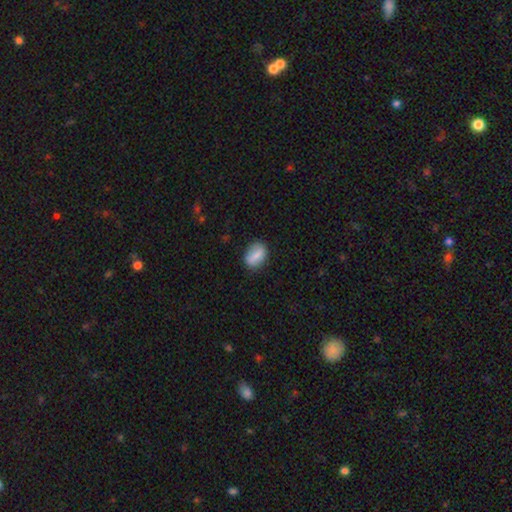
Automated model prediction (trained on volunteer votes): Q: Smooth or featured?
A: smooth (78%); runner-up: featured or disk (15%)
Q: How rounded?
A: in between (80%); runner-up: round (17%)
Q: Merging?
A: none (81%); runner-up: minor disturbance (14%)